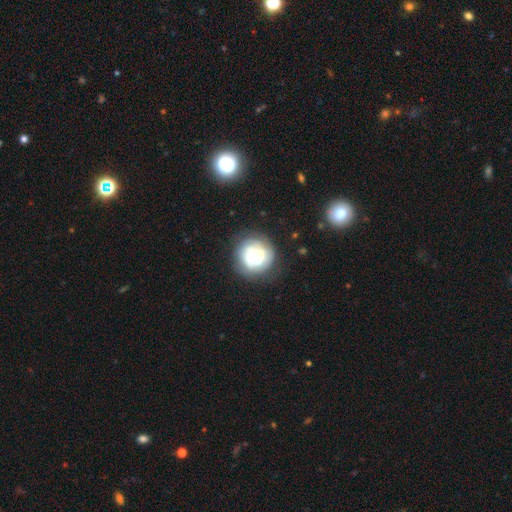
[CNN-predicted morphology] type=featured or disk (47%); merging=none (72%).